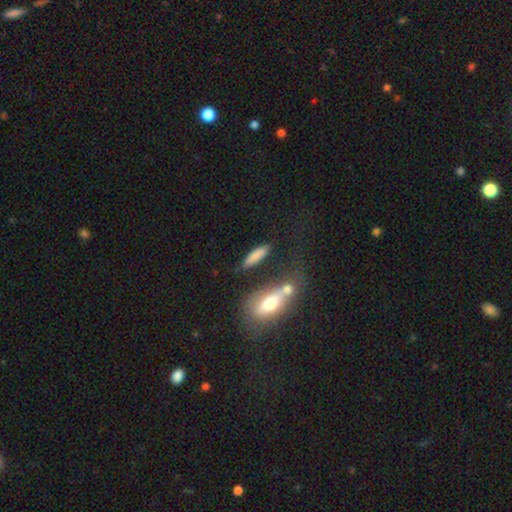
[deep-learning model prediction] This is likely a smooth galaxy (78%). How rounded: likely cigar-shaped (72%). Merging: likely none (71%).